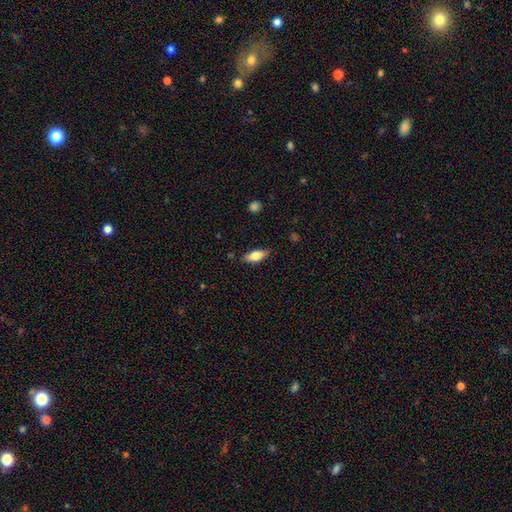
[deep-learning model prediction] Smooth or featured: smooth — 75% (featured or disk — 19%)
How rounded: in between — 78% (cigar-shaped — 20%)
Merging: none — 84% (minor disturbance — 12%)